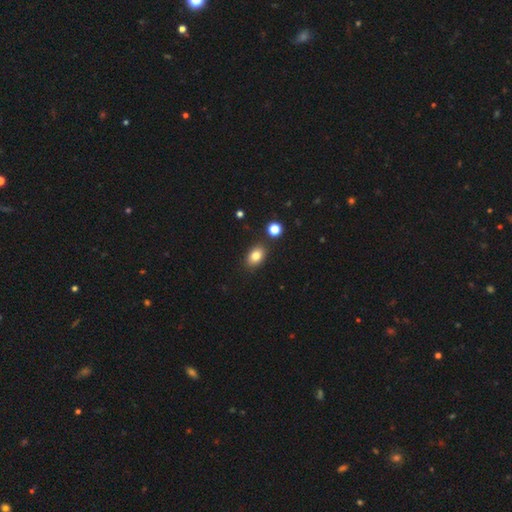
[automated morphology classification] Smooth or featured: smooth — 82% (star or artifact — 10%)
How rounded: in between — 81% (round — 18%)
Merging: none — 84% (minor disturbance — 9%)